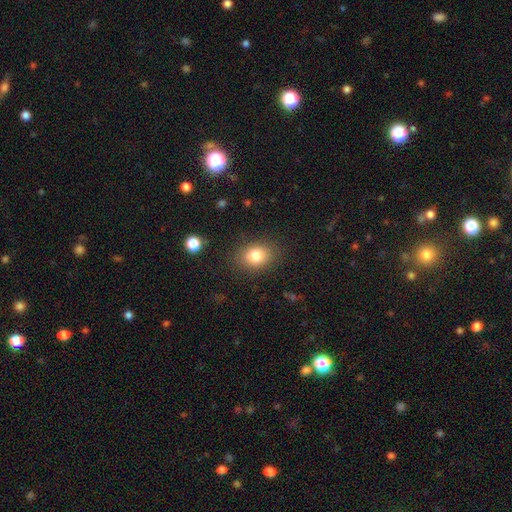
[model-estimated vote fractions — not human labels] A smooth galaxy with no disk features (81%) that is in between round and cigar-shaped (58%). Merging: none (85%).